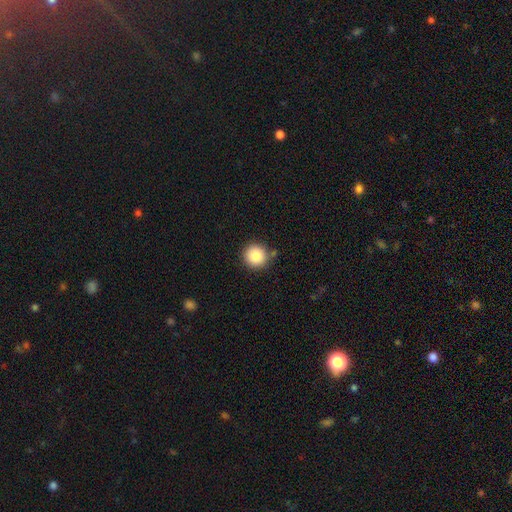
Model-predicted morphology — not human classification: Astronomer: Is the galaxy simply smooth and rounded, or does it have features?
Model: smooth — 85%.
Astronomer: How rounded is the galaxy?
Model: round — 94%.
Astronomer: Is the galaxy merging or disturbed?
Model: none — 84%.